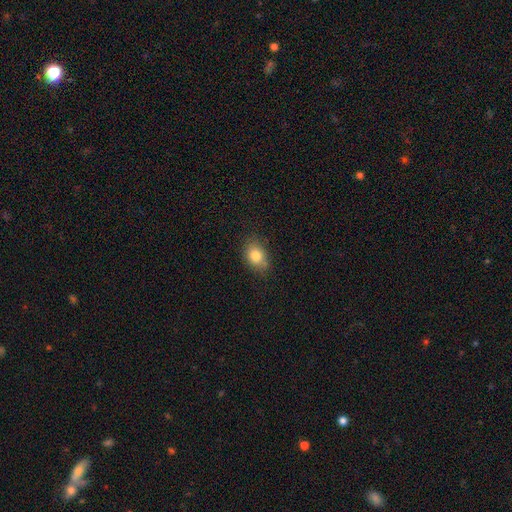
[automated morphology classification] Smooth or featured? smooth (81%)
How rounded? in between (70%)
Merging? none (75%)